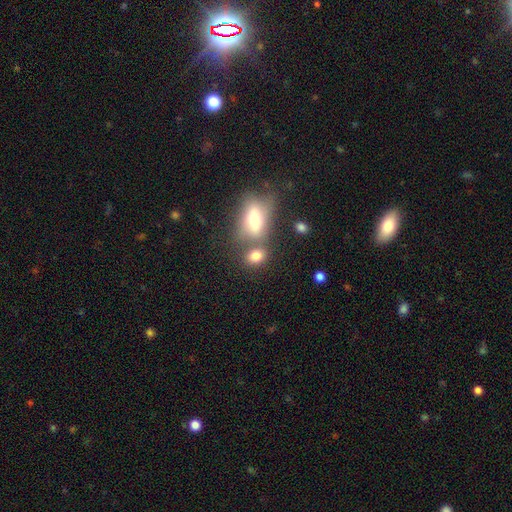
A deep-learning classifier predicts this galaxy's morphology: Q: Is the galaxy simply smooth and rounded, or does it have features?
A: smooth — 78%.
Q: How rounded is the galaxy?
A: in between — 62%.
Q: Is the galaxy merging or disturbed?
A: none — 52%.